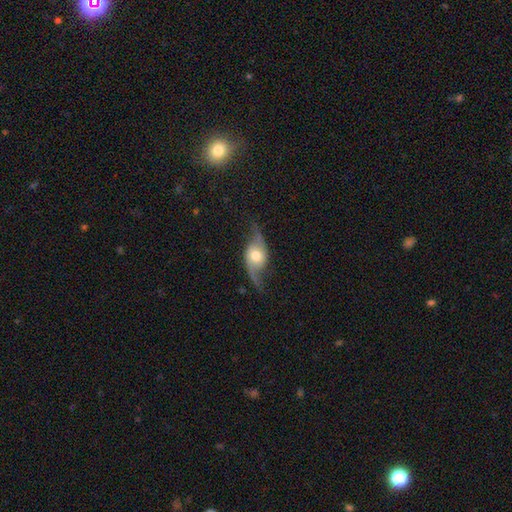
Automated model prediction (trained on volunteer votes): Q: Smooth or featured?
A: featured or disk (81%); runner-up: smooth (13%)
Q: Edge-on disk?
A: no (90%); runner-up: yes (10%)
Q: Bar?
A: no (72%); runner-up: weak (22%)
Q: Spiral arms?
A: yes (94%); runner-up: no (6%)
Q: Spiral winding?
A: loose (84%); runner-up: medium (13%)
Q: Spiral arm count?
A: 2 (93%); runner-up: 1 (2%)
Q: Bulge size?
A: moderate (66%); runner-up: large (18%)
Q: Merging?
A: none (68%); runner-up: minor disturbance (20%)